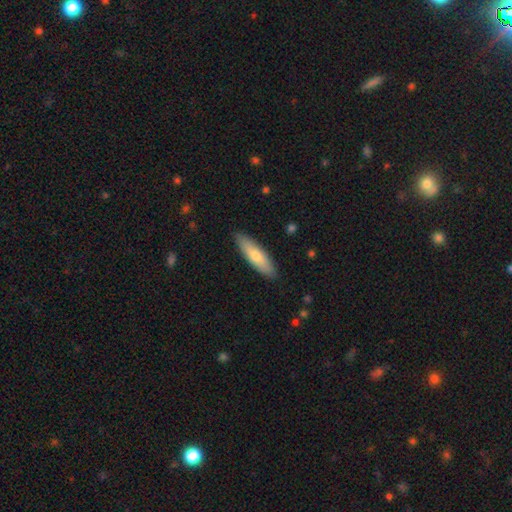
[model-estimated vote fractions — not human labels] Morphology: type=smooth (68%); roundness=cigar-shaped (66%); merging=none (90%).